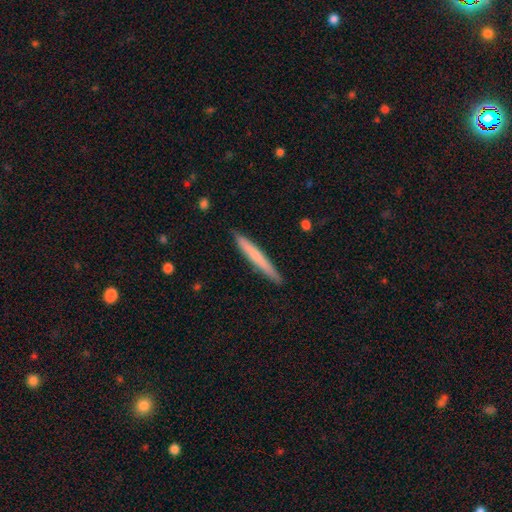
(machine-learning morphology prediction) Smooth or featured? smooth (65%)
How rounded? cigar-shaped (97%)
Merging? none (90%)